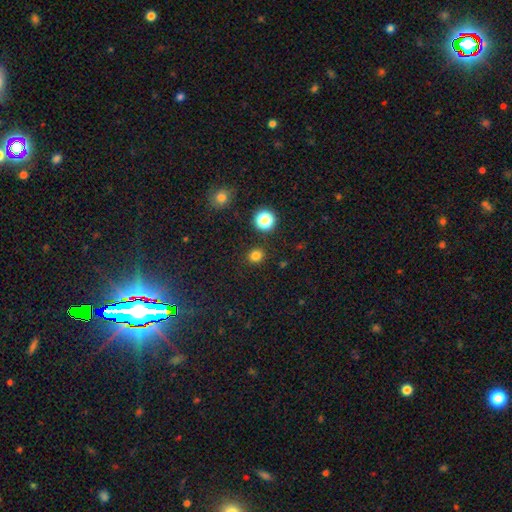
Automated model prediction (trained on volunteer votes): smooth-or-featured: smooth: 80% | star or artifact: 16% | featured or disk: 4%
  how-rounded: round: 84% | in between: 15% | cigar-shaped: 1%
  merging: none: 89% | minor disturbance: 6% | major disturbance: 2% | merger: 2%